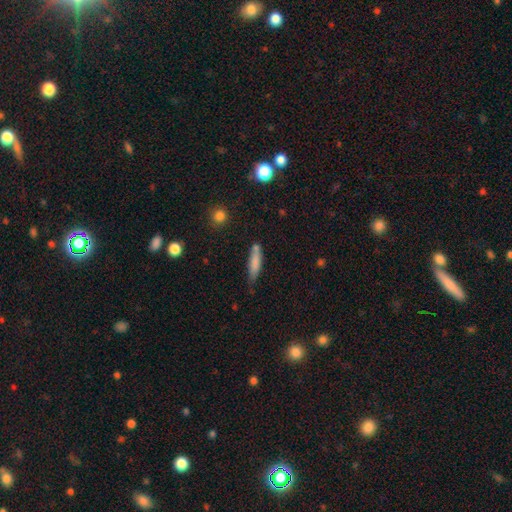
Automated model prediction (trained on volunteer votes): smooth-or-featured: smooth: 74% | featured or disk: 17% | star or artifact: 9%
  how-rounded: cigar-shaped: 78% | in between: 19% | round: 2%
  merging: none: 66% | minor disturbance: 23% | merger: 6% | major disturbance: 5%